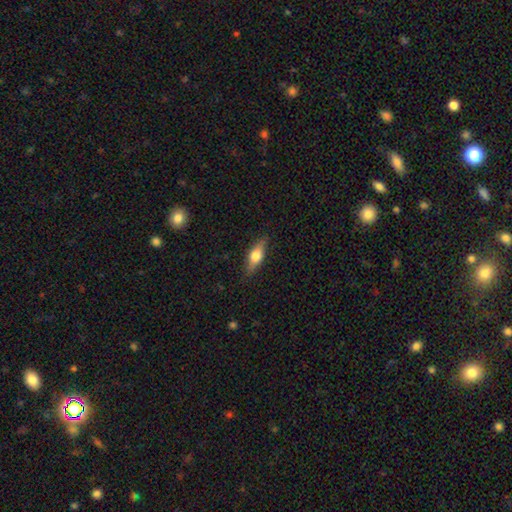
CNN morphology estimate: type=smooth (57%); roundness=in between (63%); merging=none (84%).